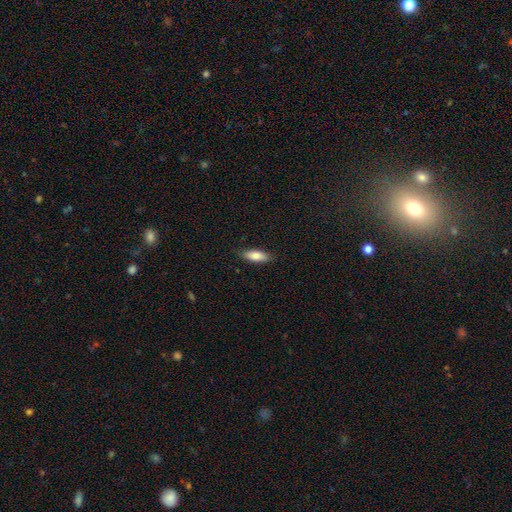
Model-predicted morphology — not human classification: The model was most divided on "how rounded": in between: 70%, cigar-shaped: 28%, round: 2%. More confident: merging — none (86%); smooth or featured — smooth (82%).